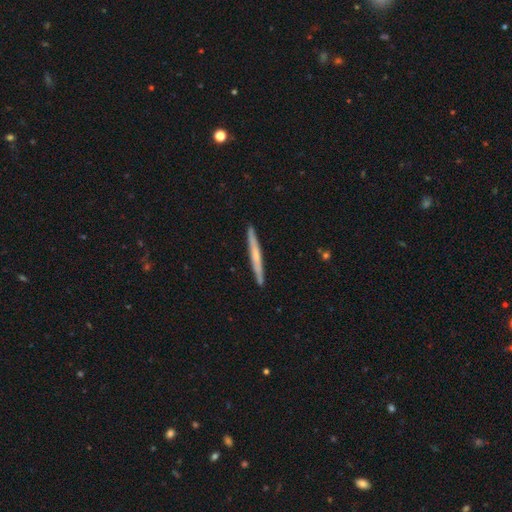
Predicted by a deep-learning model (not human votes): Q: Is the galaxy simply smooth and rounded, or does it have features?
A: featured or disk — 49%.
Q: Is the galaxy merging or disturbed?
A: none — 91%.